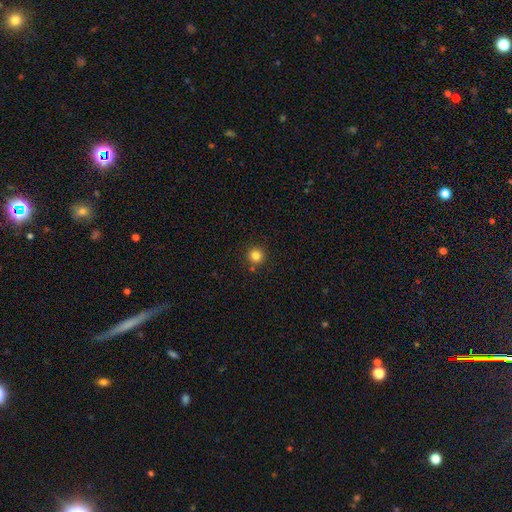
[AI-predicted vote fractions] The model was most divided on "smooth or featured": smooth: 83%, star or artifact: 12%, featured or disk: 5%. More confident: how rounded — round (95%); merging — none (86%).